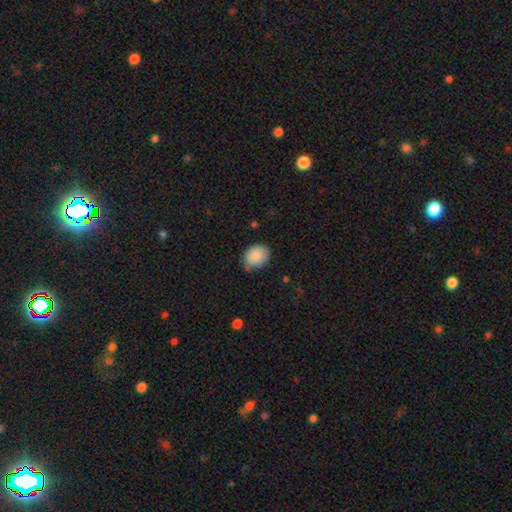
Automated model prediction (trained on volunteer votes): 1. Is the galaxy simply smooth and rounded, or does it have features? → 88% smooth, 7% star or artifact, 4% featured or disk.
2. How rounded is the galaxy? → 58% in between, 41% round, 1% cigar-shaped.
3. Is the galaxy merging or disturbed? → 73% none, 21% minor disturbance, 4% major disturbance, 2% merger.